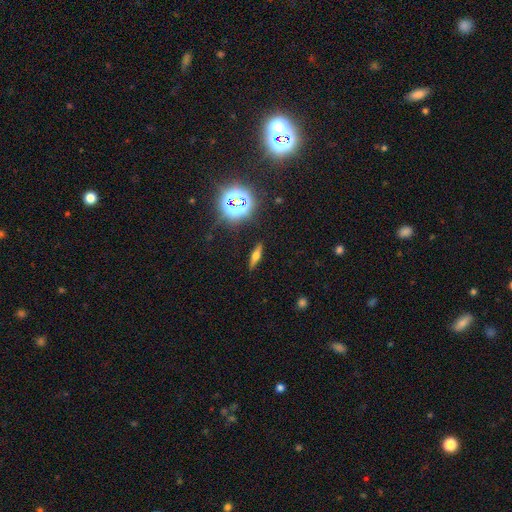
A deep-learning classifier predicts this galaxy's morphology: A featured or disk galaxy (45%).

Vote fractions:
- Smooth or featured? featured or disk: 45% / smooth: 37% / star or artifact: 18%
- Merging? none: 88% / minor disturbance: 8% / major disturbance: 2% / merger: 1%